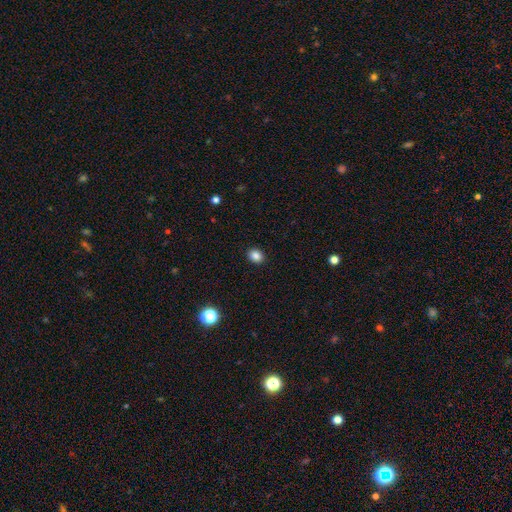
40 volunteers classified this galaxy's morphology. type=smooth (88%); roundness=in between (69%); merging=none (92%).